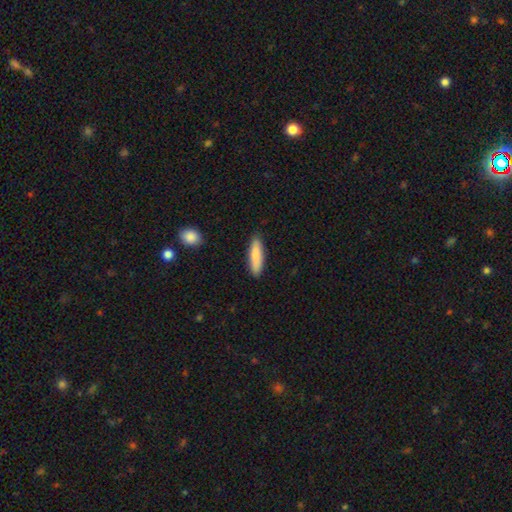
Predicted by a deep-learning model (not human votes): Smooth or featured? Predicted: smooth (p=0.85). How rounded? Predicted: cigar-shaped (p=0.70). Merging? Predicted: none (p=0.86).